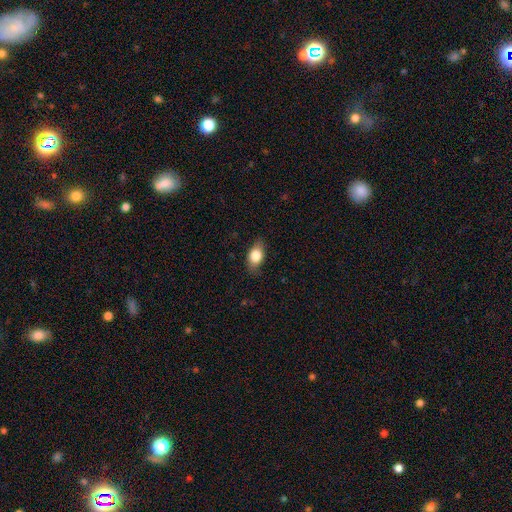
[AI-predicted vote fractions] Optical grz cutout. It shows a smooth galaxy with no disk features (79%) that is in between round and cigar-shaped (82%). Merging: none (79%).